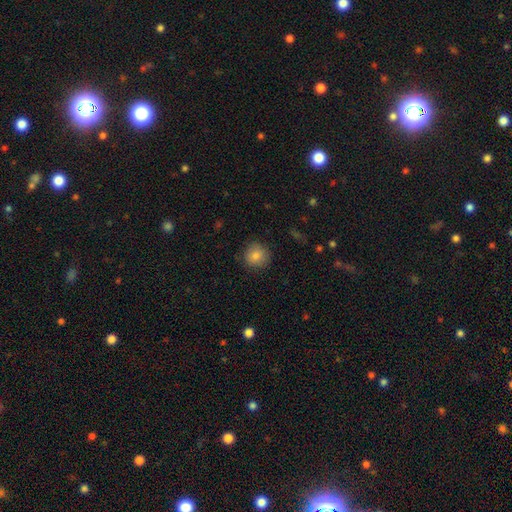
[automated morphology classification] Smooth or featured: smooth — 84% (star or artifact — 9%)
How rounded: round — 91% (in between — 8%)
Merging: none — 87% (minor disturbance — 10%)